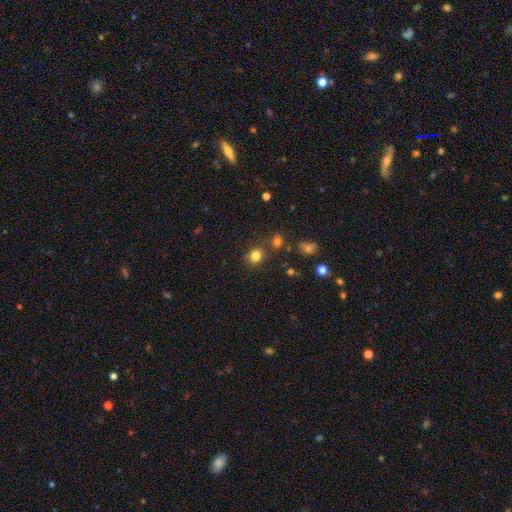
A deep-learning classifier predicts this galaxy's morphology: Smooth or featured? Predicted: smooth (p=0.81). How rounded? Predicted: round (p=0.74). Merging? Predicted: none (p=0.75).